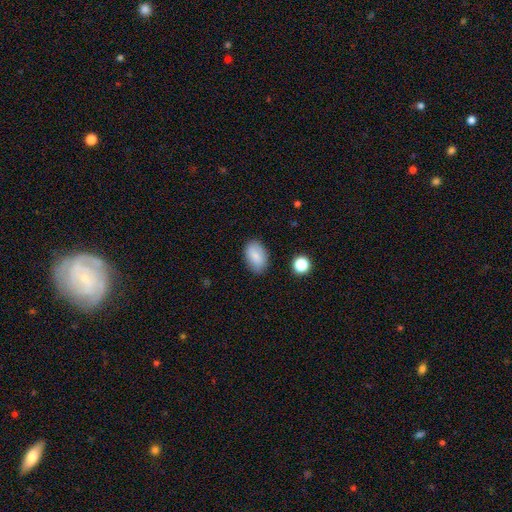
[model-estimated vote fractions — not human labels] Overall: smooth (83%). How rounded: in between (91%). Merging: none (83%).